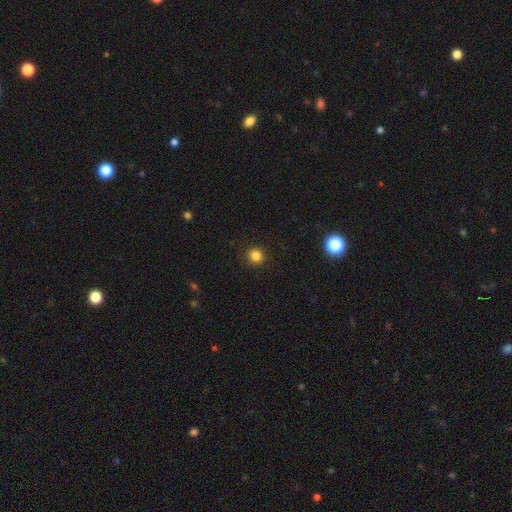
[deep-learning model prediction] Smooth or featured? Predicted: smooth (p=0.84). How rounded? Predicted: round (p=0.93). Merging? Predicted: none (p=0.92).